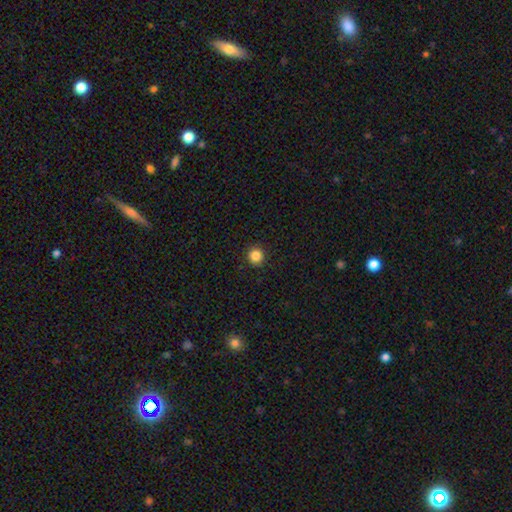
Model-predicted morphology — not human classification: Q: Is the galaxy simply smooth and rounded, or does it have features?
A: smooth — 85%.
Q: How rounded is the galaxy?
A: round — 95%.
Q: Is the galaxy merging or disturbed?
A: none — 93%.